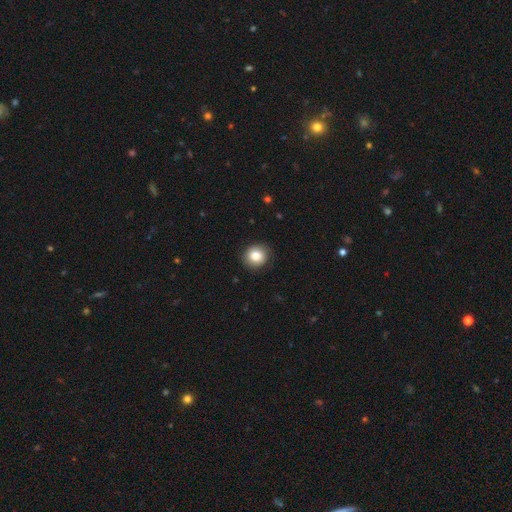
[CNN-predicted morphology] type=smooth (82%); roundness=round (86%); merging=none (89%).